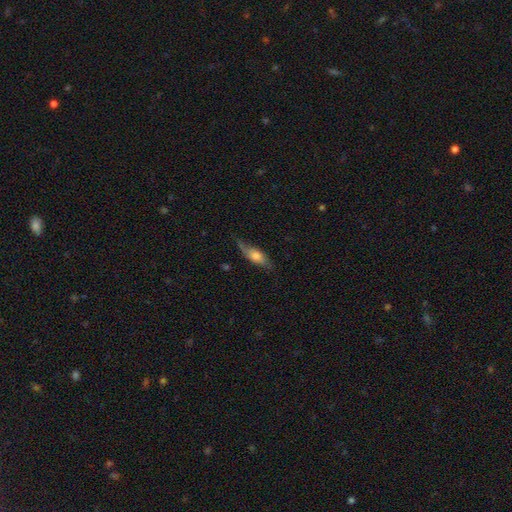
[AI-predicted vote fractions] Smooth or featured: smooth — 48% (featured or disk — 45%)
Merging: none — 61% (minor disturbance — 28%)